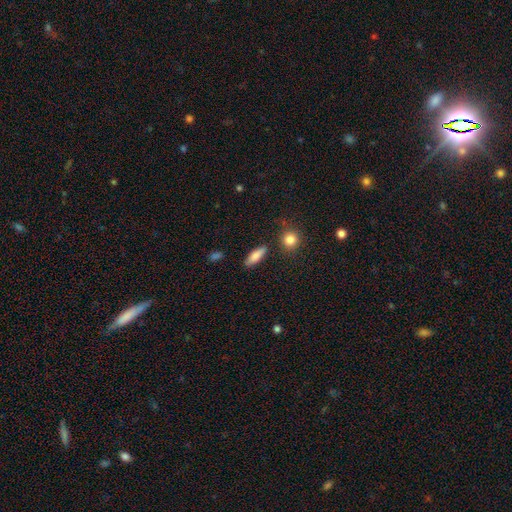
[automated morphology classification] Smooth or featured: smooth — 83% (featured or disk — 10%)
How rounded: in between — 62% (cigar-shaped — 35%)
Merging: none — 84% (minor disturbance — 11%)